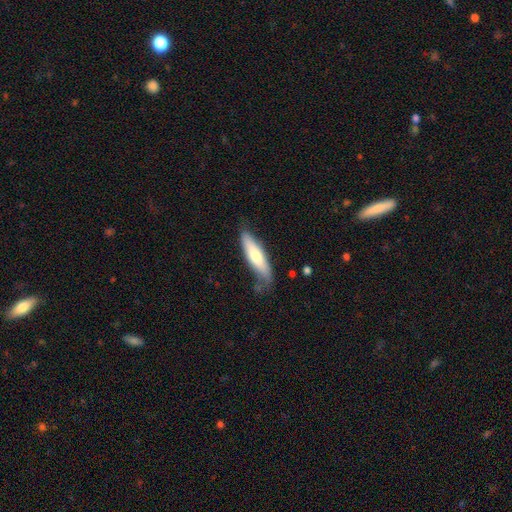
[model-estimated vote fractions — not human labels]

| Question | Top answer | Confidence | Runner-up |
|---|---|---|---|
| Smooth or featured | smooth | 66% | featured or disk (29%) |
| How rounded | cigar-shaped | 66% | in between (32%) |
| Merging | none | 68% | minor disturbance (24%) |